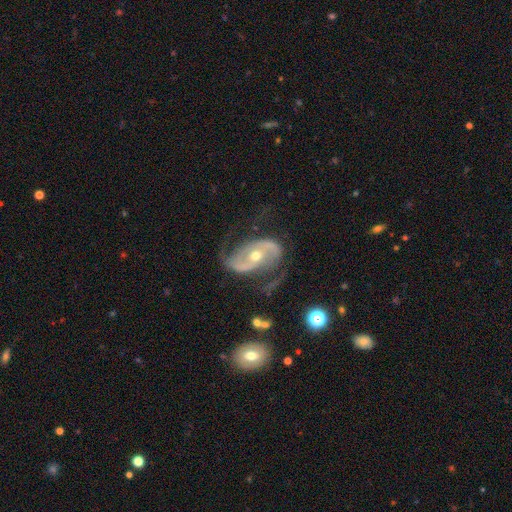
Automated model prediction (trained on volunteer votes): Overall: featured or disk (88%). Edge-on disk: no (96%). Bar: no (44%; weak 31%). Spiral arms: yes (94%). Spiral arm count: 2 (91%). Spiral winding: medium (43%; loose 42%). Bulge size: moderate (58%; small 38%). Merging: none (62%).